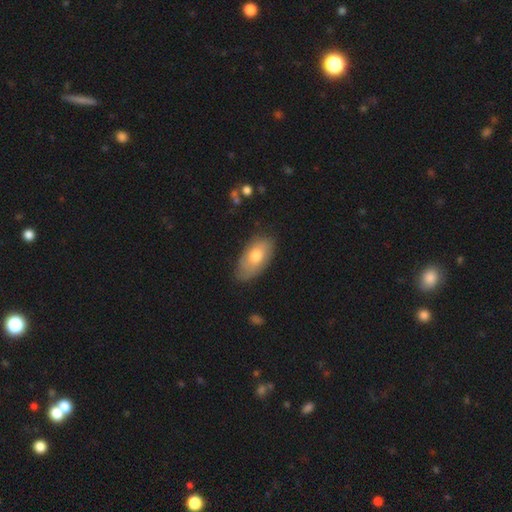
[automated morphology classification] type=smooth (67%); roundness=in between (93%); merging=none (75%).